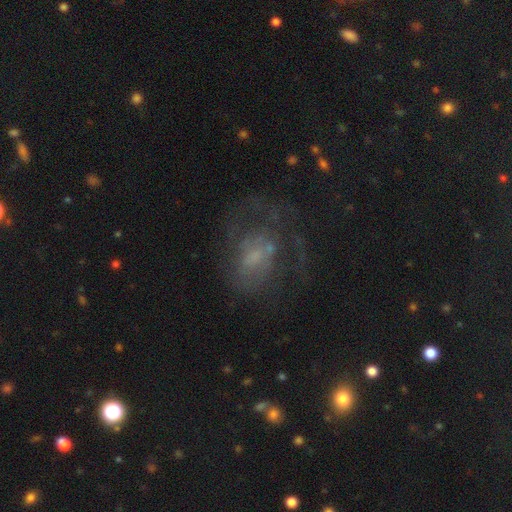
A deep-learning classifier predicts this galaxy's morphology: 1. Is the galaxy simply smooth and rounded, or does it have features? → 57% featured or disk, 27% smooth, 15% star or artifact.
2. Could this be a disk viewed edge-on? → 97% no, 3% yes.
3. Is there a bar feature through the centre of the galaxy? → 67% no, 27% weak, 5% strong.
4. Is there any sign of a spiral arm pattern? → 50% yes (tied), 50% no (tied).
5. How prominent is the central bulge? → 41% small, 28% none, 26% moderate, 4% large, 1% dominant.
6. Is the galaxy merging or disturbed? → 39% none, 38% major disturbance, 19% minor disturbance, 5% merger.